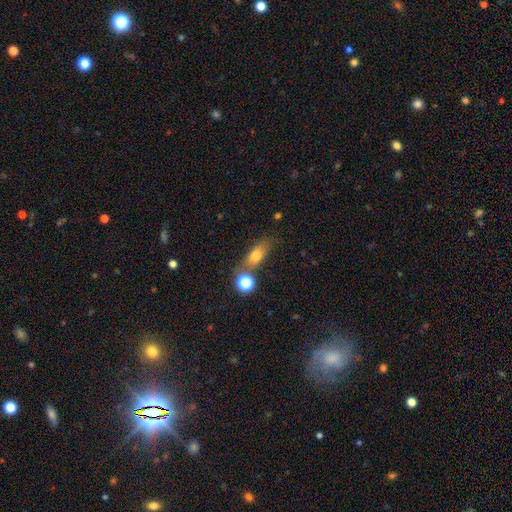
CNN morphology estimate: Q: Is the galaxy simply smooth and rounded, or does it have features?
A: smooth — 71%.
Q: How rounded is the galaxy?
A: in between — 64%.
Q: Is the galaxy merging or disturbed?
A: none — 59%.